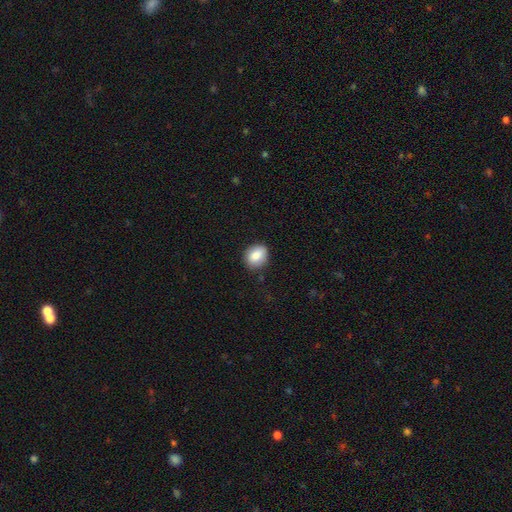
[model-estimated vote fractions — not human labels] smooth_or_featured: smooth (p=0.84) [alt: star or artifact p=0.08]
how_rounded: round (p=0.57) [alt: in between p=0.42]
merging: none (p=0.85) [alt: minor disturbance p=0.11]